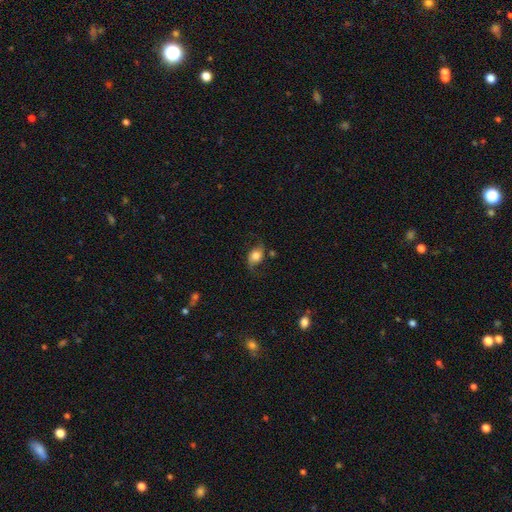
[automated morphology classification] featured or disk 46%, smooth 44%, star or artifact 10%. Down the decision tree: merging — none (65%).